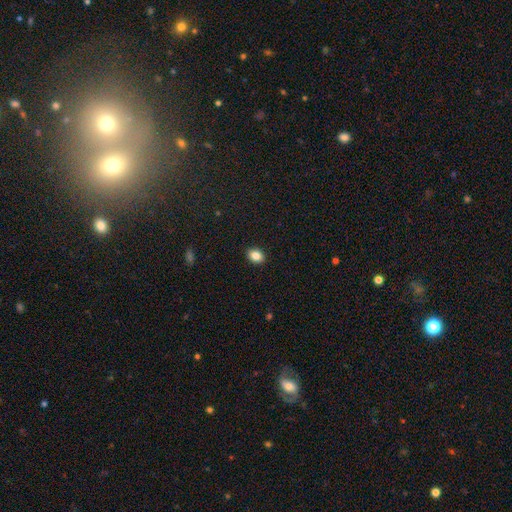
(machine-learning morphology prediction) This appears to be a smooth galaxy with no disk features (85%) that is in between round and cigar-shaped (71%). Merging: none (91%).